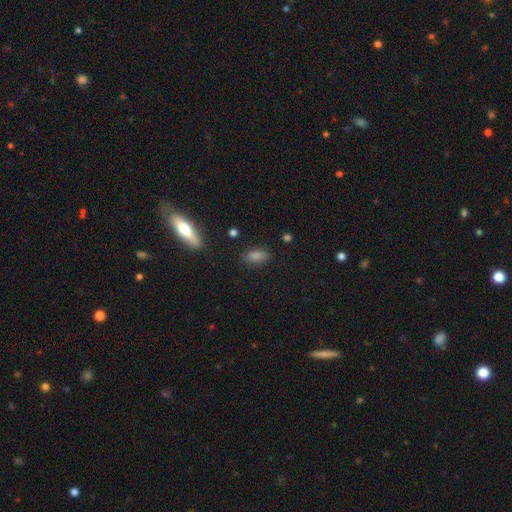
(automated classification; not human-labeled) Smooth or featured: smooth — 77% (featured or disk — 12%)
How rounded: in between — 79% (cigar-shaped — 14%)
Merging: none — 81% (minor disturbance — 13%)